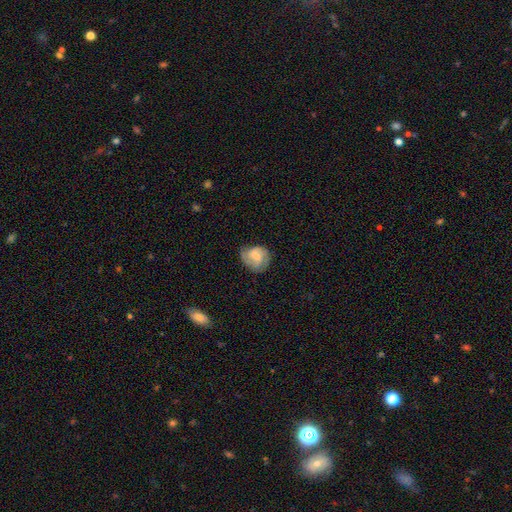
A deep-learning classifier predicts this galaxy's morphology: smooth_or_featured: featured or disk (p=0.47) [alt: smooth p=0.45]
merging: none (p=0.60) [alt: minor disturbance p=0.27]